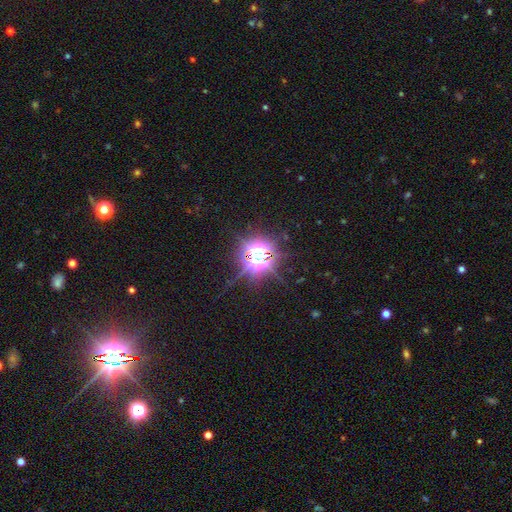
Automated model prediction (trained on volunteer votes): Smooth or featured? star or artifact (75%)